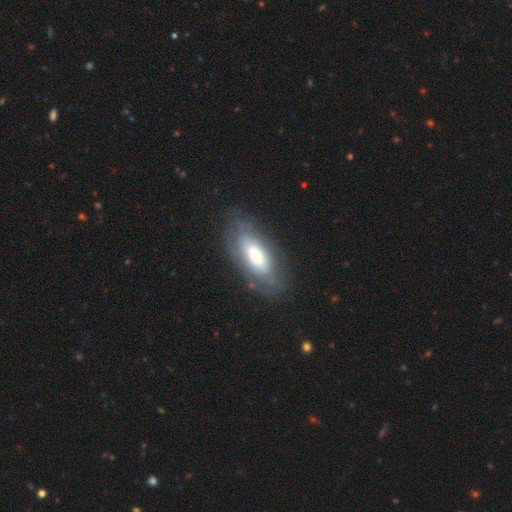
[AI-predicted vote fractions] smooth-or-featured: smooth: 57% | featured or disk: 35% | star or artifact: 7%
  how-rounded: in between: 86% | cigar-shaped: 11% | round: 3%
  merging: none: 72% | minor disturbance: 18% | major disturbance: 8% | merger: 2%